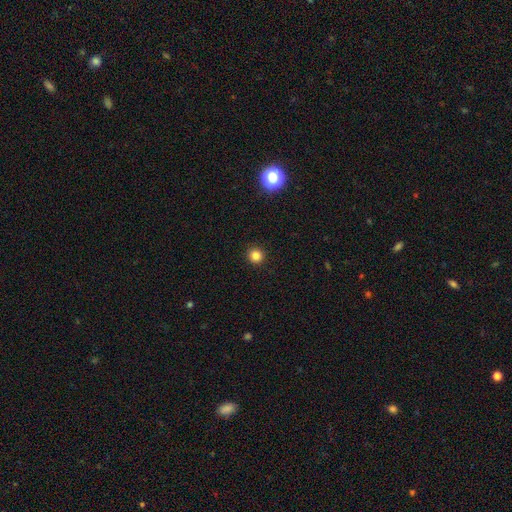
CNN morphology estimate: Smooth or featured: smooth — 83% (star or artifact — 13%)
How rounded: round — 95% (in between — 4%)
Merging: none — 93% (minor disturbance — 4%)